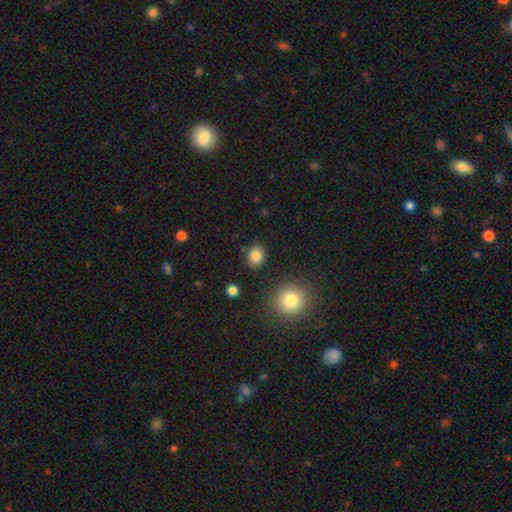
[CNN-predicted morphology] Smooth or featured? Predicted: smooth (p=0.84). How rounded? Predicted: round (p=0.51). Merging? Predicted: none (p=0.85).